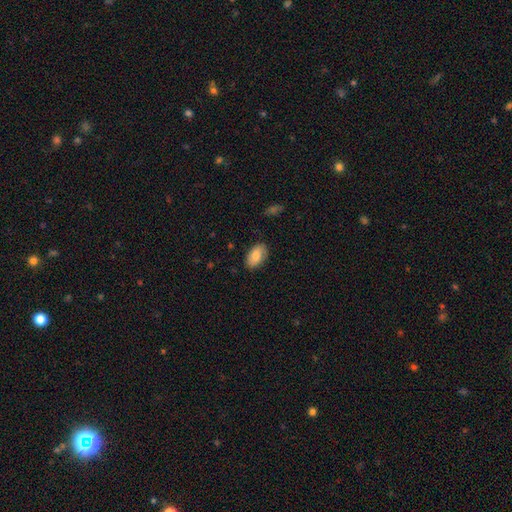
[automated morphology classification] Smooth or featured? smooth (82%)
How rounded? in between (93%)
Merging? none (83%)